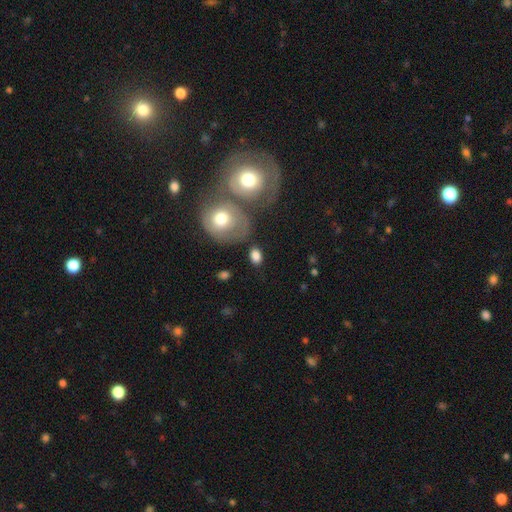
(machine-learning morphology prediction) A smooth galaxy with no disk features (82%) that is in between round and cigar-shaped (78%).

Vote fractions:
- Smooth or featured? smooth: 82% / featured or disk: 10% / star or artifact: 8%
- How rounded? in between: 78% / round: 20% / cigar-shaped: 2%
- Merging? none: 67% / minor disturbance: 16% / merger: 10% / major disturbance: 7%